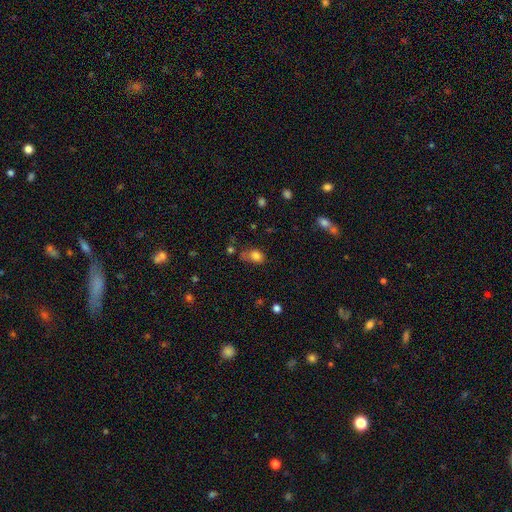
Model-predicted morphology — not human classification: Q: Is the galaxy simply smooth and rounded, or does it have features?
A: smooth — 80%.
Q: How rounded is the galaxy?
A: in between — 60%.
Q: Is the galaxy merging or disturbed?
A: none — 49%.